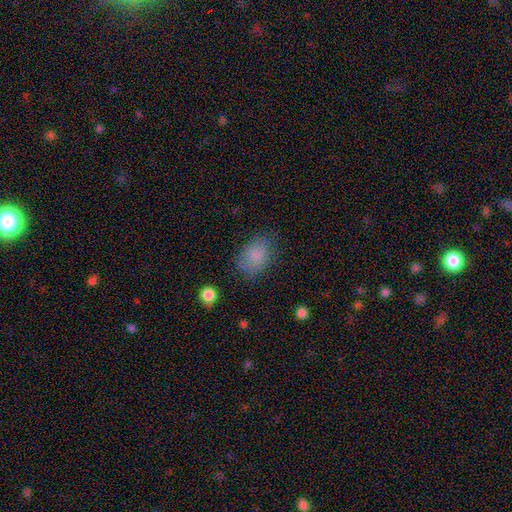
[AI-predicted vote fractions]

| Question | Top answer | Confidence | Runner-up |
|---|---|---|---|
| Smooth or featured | smooth | 84% | star or artifact (9%) |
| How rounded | in between | 74% | round (25%) |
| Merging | none | 72% | minor disturbance (20%) |